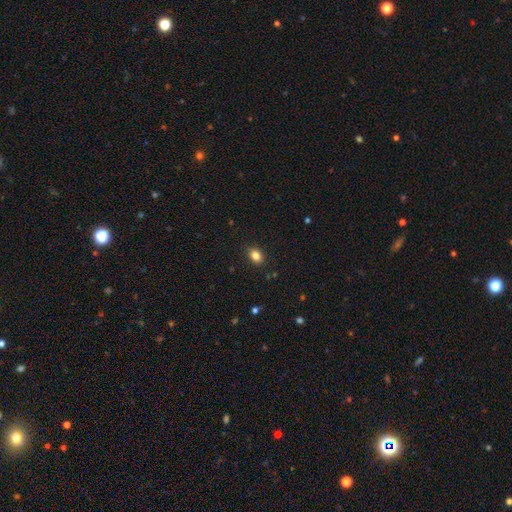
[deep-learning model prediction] The model was most divided on "how rounded": in between: 69%, round: 30%, cigar-shaped: 1%. More confident: merging — none (88%); smooth or featured — smooth (84%).